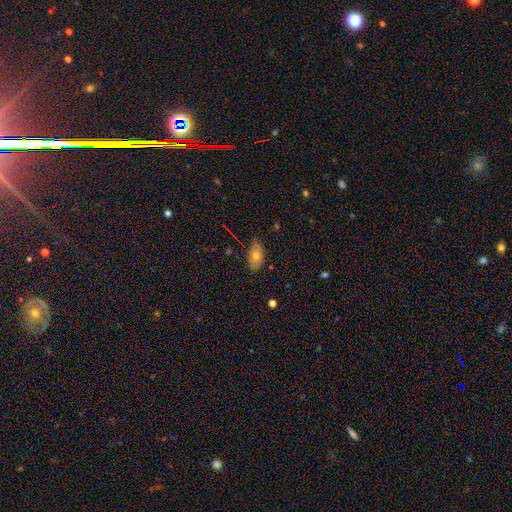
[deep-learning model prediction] Smooth or featured? Predicted: smooth (p=0.65). How rounded? Predicted: in between (p=0.91). Merging? Predicted: none (p=0.82).